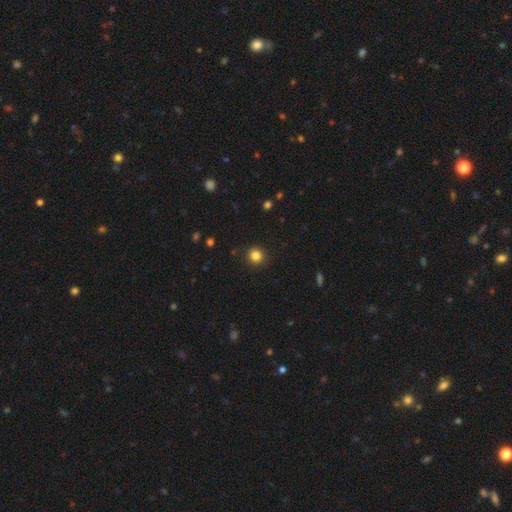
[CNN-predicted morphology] This appears to be a smooth galaxy with no disk features (83%) that is round (95%). Merging: none (92%).